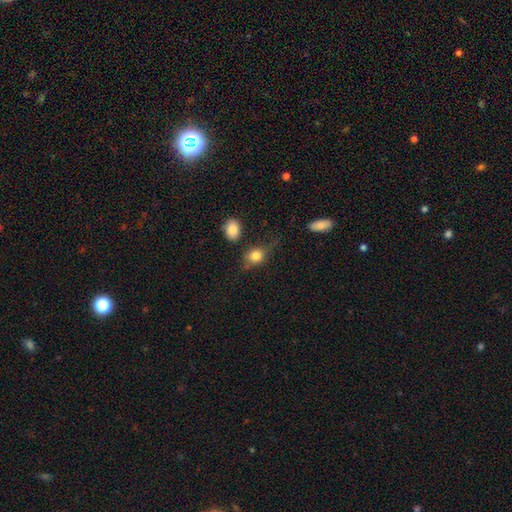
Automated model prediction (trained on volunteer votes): Smooth or featured? smooth (81%)
How rounded? round (54%)
Merging? none (57%)